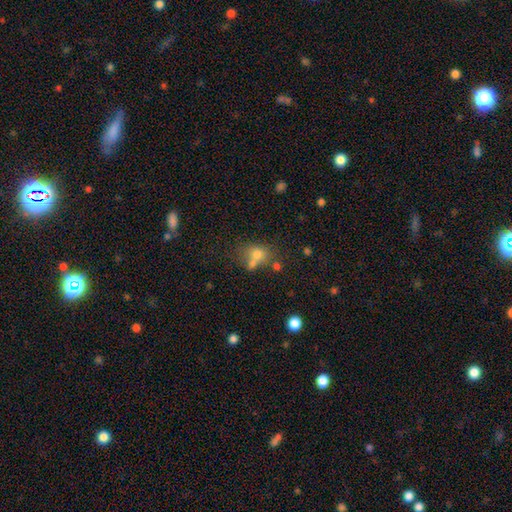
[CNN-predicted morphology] smooth_or_featured: smooth (p=0.68) [alt: star or artifact p=0.18]
how_rounded: round (p=0.57) [alt: in between p=0.41]
merging: none (p=0.46) [alt: merger p=0.32]